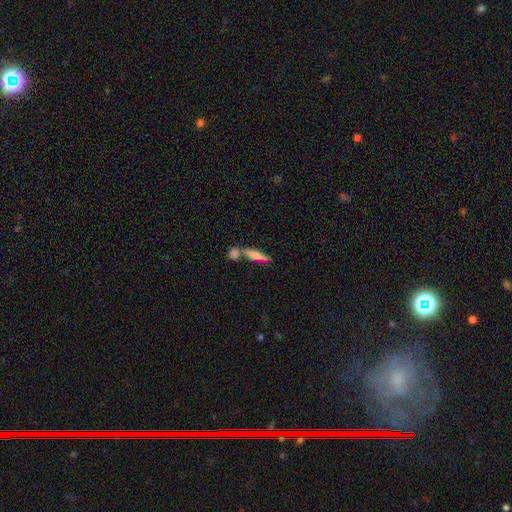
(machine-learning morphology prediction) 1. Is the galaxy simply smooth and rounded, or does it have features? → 65% smooth, 26% featured or disk, 8% star or artifact.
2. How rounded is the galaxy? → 74% cigar-shaped, 23% in between, 3% round.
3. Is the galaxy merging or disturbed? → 46% none, 39% merger, 10% minor disturbance, 4% major disturbance.